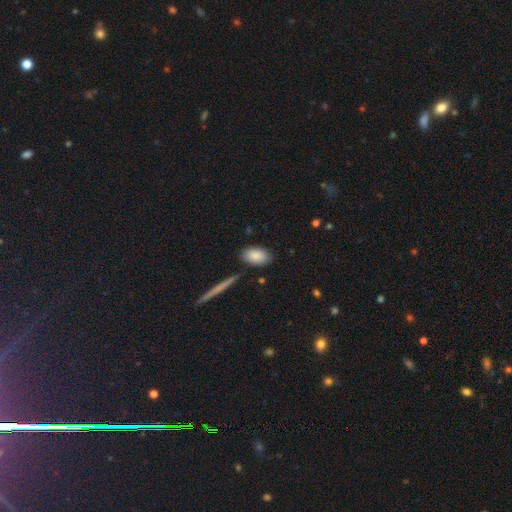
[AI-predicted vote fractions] A smooth galaxy with no disk features (86%) that is in between round and cigar-shaped (92%). Merging: none (82%).